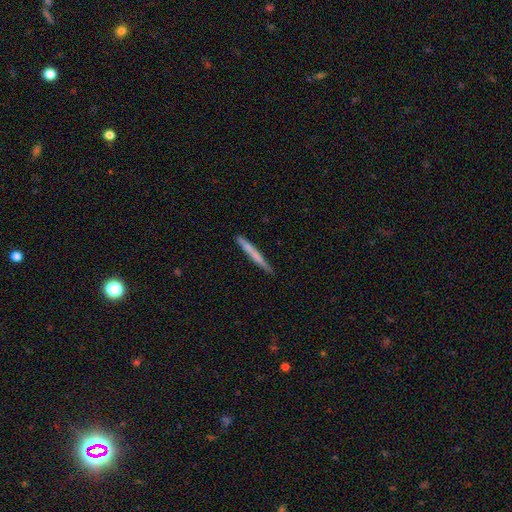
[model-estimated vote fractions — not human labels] Smooth or featured: smooth — 59% (featured or disk — 35%)
How rounded: cigar-shaped — 97% (in between — 2%)
Merging: none — 88% (minor disturbance — 9%)